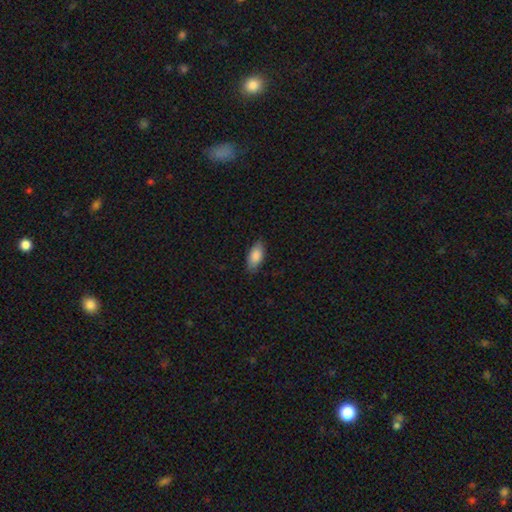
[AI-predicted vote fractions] smooth 86%, featured or disk 8%, star or artifact 6%. Down the decision tree: how rounded — in between (90%); merging — none (83%).